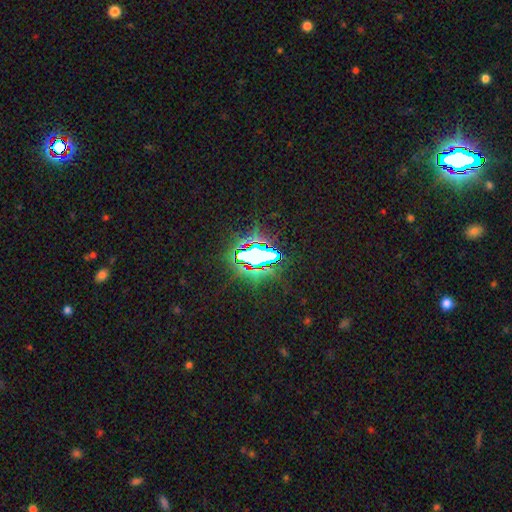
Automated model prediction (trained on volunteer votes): Smooth or featured?
  - star or artifact: 72% *
  - smooth: 16%
  - featured or disk: 12%